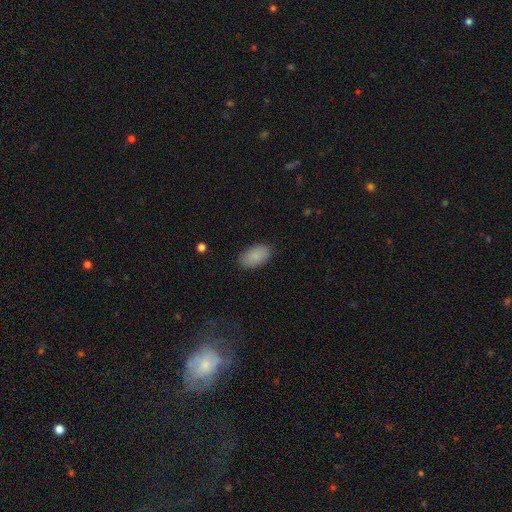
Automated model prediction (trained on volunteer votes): This appears to be a smooth galaxy with no disk features (89%) that is in between round and cigar-shaped (95%). Merging: none (87%).